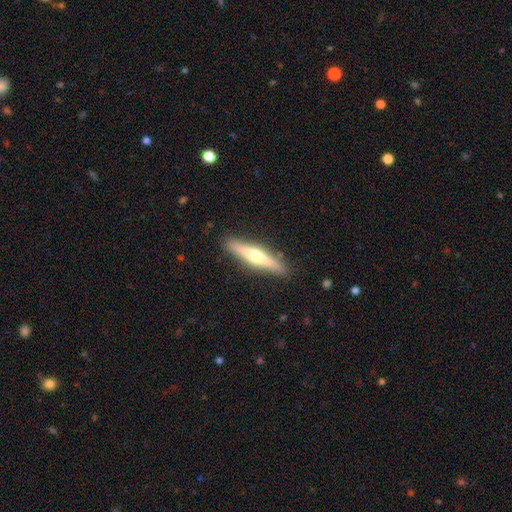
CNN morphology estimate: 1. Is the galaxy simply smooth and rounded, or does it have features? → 57% featured or disk, 37% smooth, 5% star or artifact.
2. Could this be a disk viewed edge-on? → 96% yes, 4% no.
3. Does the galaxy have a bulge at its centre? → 88% rounded, 7% none, 5% boxy.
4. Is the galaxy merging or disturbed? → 90% none, 7% minor disturbance, 2% major disturbance, 1% merger.